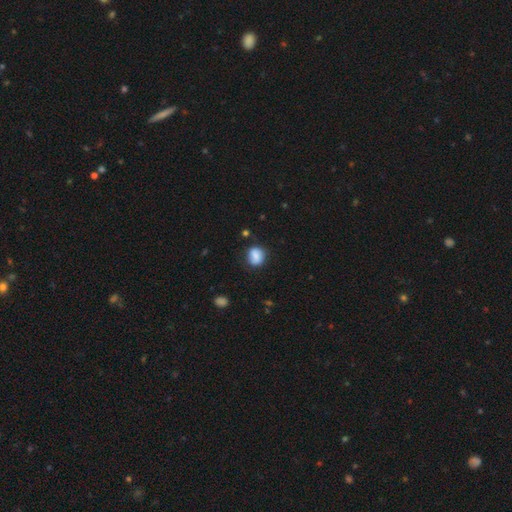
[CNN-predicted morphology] type=smooth (80%); roundness=round (65%); merging=none (69%).